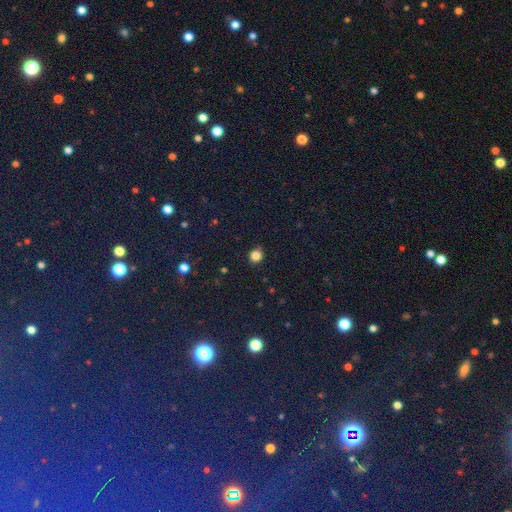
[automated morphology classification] A smooth galaxy with no disk features (84%) that is round (89%).

Vote fractions:
- Smooth or featured? smooth: 84% / star or artifact: 13% / featured or disk: 4%
- How rounded? round: 89% / in between: 10% / cigar-shaped: 1%
- Merging? none: 89% / minor disturbance: 8% / major disturbance: 2% / merger: 1%